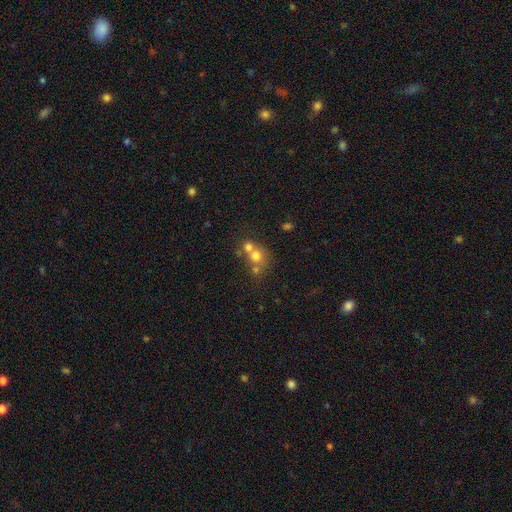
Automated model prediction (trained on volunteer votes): smooth-or-featured: smooth: 68% | featured or disk: 18% | star or artifact: 15%
  how-rounded: round: 81% | in between: 18% | cigar-shaped: 1%
  merging: merger: 54% | none: 36% | minor disturbance: 7% | major disturbance: 4%